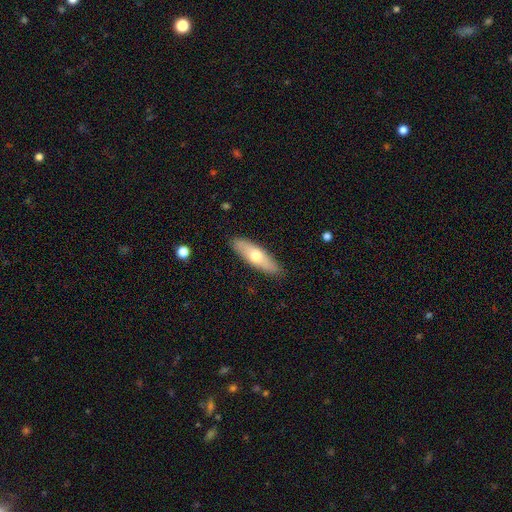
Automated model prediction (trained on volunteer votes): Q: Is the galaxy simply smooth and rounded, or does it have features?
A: smooth — 60%.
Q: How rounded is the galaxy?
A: cigar-shaped — 50%.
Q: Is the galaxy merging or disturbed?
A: none — 88%.